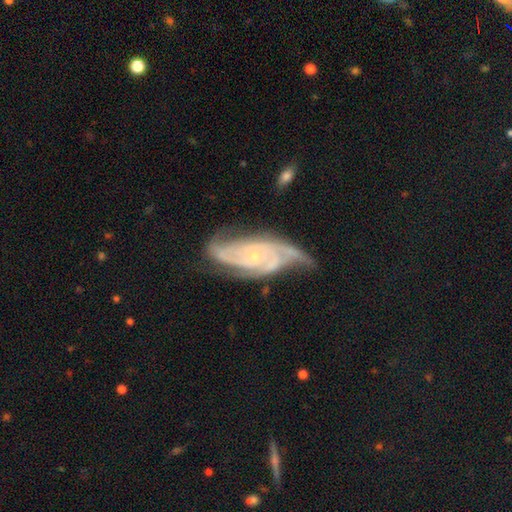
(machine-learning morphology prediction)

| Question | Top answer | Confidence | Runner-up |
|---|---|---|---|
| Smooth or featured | featured or disk | 89% | smooth (6%) |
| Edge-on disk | no | 95% | yes (5%) |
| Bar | no | 66% | weak (26%) |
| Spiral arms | yes | 98% | no (2%) |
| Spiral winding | tight | 51% | medium (39%) |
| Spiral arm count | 2 | 39% | 3 (33%) |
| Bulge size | small | 79% | moderate (17%) |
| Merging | none | 58% | minor disturbance (27%) |